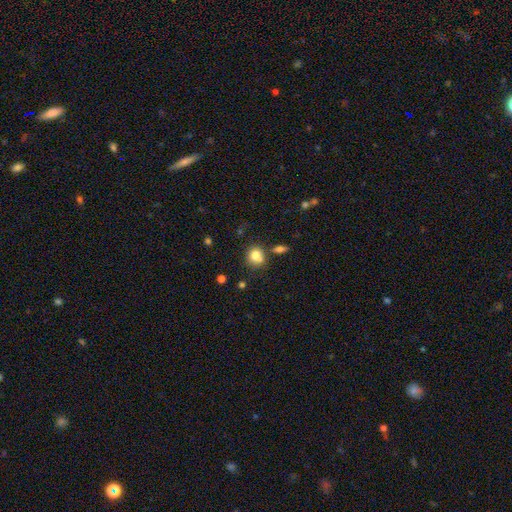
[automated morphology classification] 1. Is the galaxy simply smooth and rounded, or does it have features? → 81% smooth, 11% star or artifact, 8% featured or disk.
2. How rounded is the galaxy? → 80% round, 19% in between, 1% cigar-shaped.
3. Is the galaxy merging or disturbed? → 67% none, 15% minor disturbance, 14% merger, 4% major disturbance.